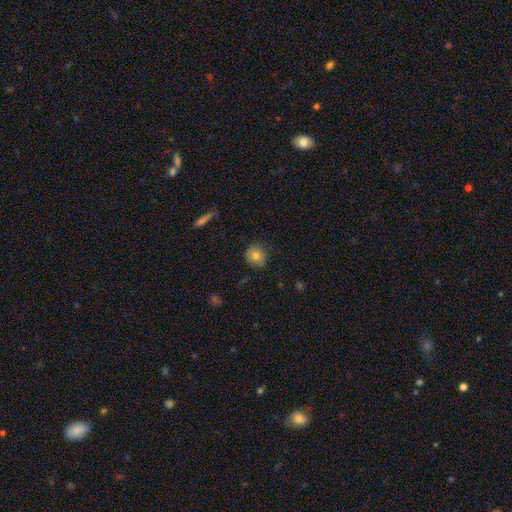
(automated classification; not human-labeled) Q: Smooth or featured?
A: smooth (76%); runner-up: featured or disk (15%)
Q: How rounded?
A: round (89%); runner-up: in between (10%)
Q: Merging?
A: none (78%); runner-up: minor disturbance (17%)